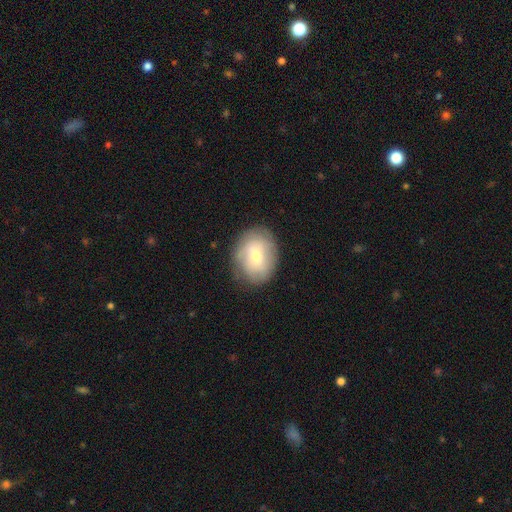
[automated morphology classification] type=smooth (56%); roundness=in between (54%); merging=none (78%).